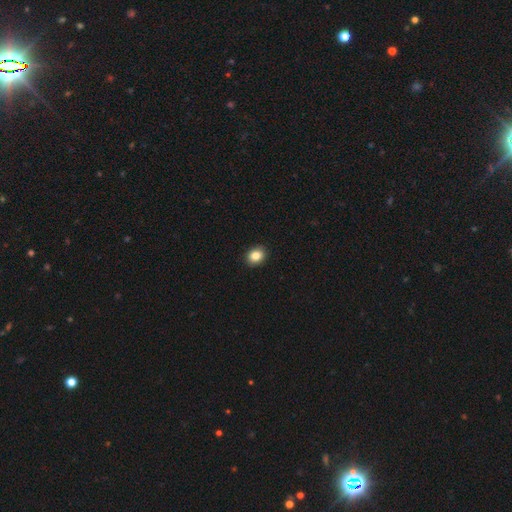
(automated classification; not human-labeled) Smooth or featured: smooth — 86% (star or artifact — 9%)
How rounded: round — 52% (in between — 47%)
Merging: none — 91% (minor disturbance — 6%)